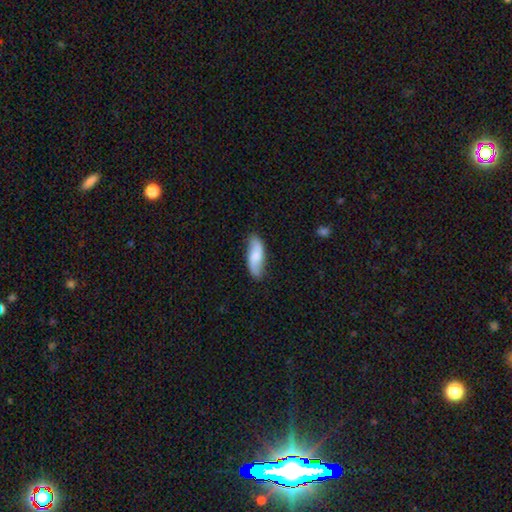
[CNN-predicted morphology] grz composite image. It shows a smooth galaxy with no disk features (63%) that is in between round and cigar-shaped (64%). Merging: none (79%).